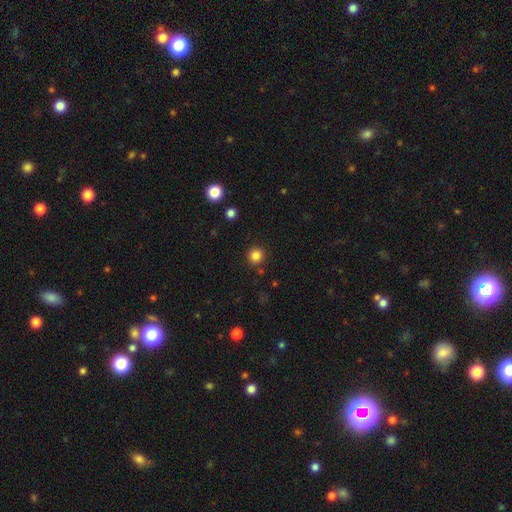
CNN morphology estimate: Smooth or featured: smooth — 84% (star or artifact — 12%)
How rounded: round — 95% (in between — 4%)
Merging: none — 90% (minor disturbance — 6%)